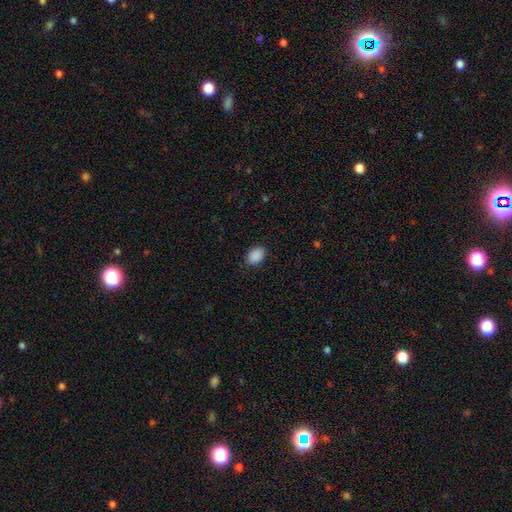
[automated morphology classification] This is clearly a smooth galaxy (90%). How rounded: clearly in between (82%). Merging: clearly none (87%).